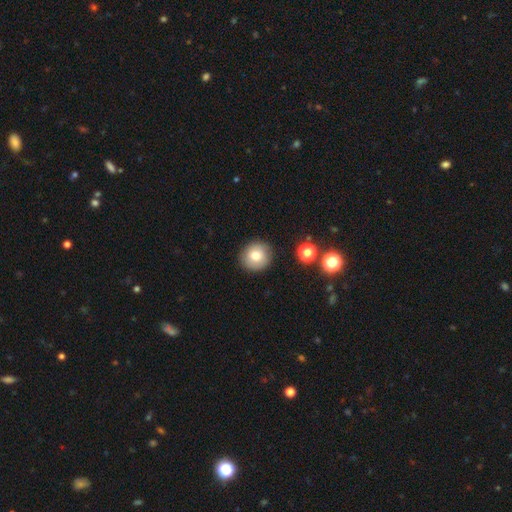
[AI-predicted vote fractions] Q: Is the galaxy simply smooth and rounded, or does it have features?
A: smooth — 77%.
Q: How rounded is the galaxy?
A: round — 90%.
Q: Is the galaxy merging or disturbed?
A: none — 90%.